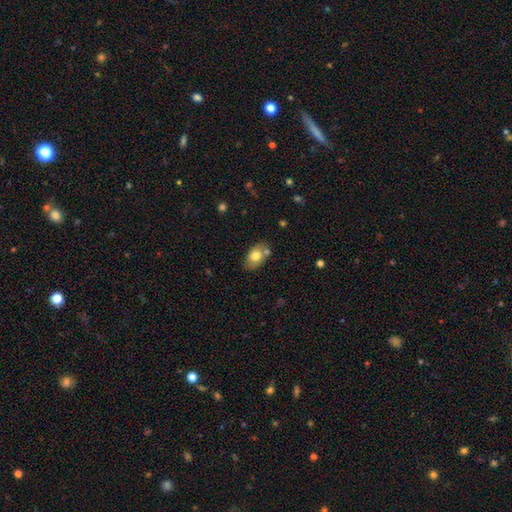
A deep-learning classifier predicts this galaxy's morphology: type=smooth (71%); roundness=in between (87%); merging=none (66%).